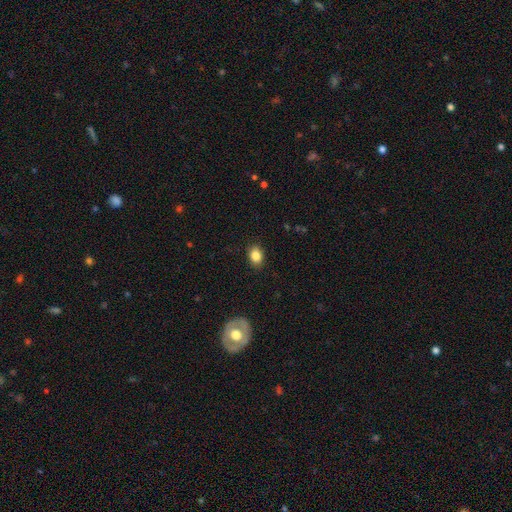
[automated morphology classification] smooth_or_featured: smooth (p=0.84) [alt: star or artifact p=0.09]
how_rounded: in between (p=0.68) [alt: round p=0.31]
merging: none (p=0.88) [alt: minor disturbance p=0.09]